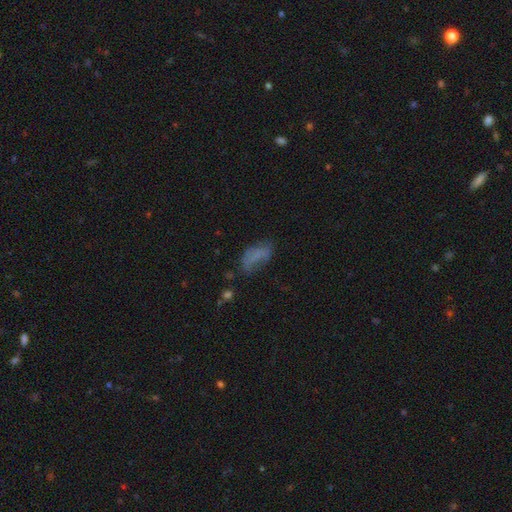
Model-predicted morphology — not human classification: This is possibly a smooth galaxy (57%). How rounded: clearly in between (86%). Merging: marginally none (44%).